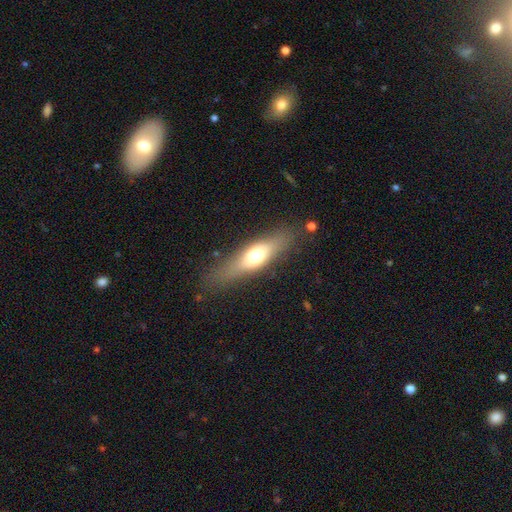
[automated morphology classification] smooth_or_featured: smooth (p=0.56) [alt: featured or disk p=0.37]
how_rounded: cigar-shaped (p=0.57) [alt: in between p=0.40]
merging: none (p=0.80) [alt: minor disturbance p=0.13]